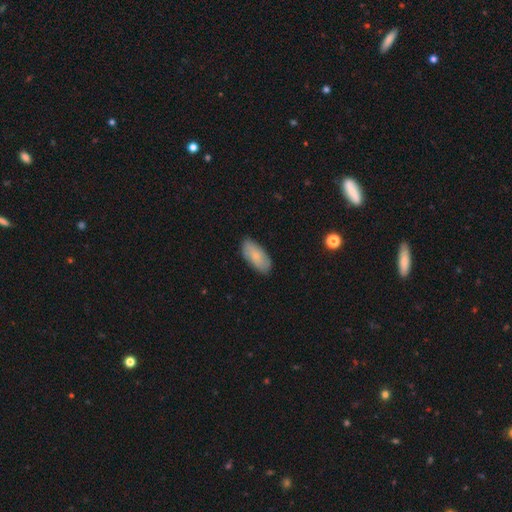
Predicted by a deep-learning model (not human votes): Smooth or featured? smooth (73%)
How rounded? in between (90%)
Merging? none (84%)